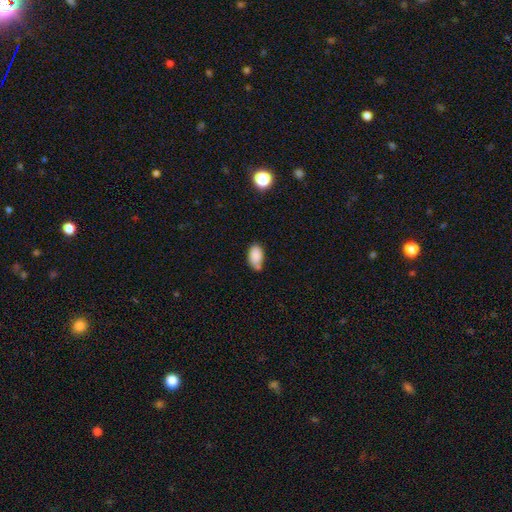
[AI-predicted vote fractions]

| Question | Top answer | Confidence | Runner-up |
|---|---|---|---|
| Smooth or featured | smooth | 85% | star or artifact (9%) |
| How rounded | in between | 92% | round (5%) |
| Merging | none | 53% | minor disturbance (30%) |